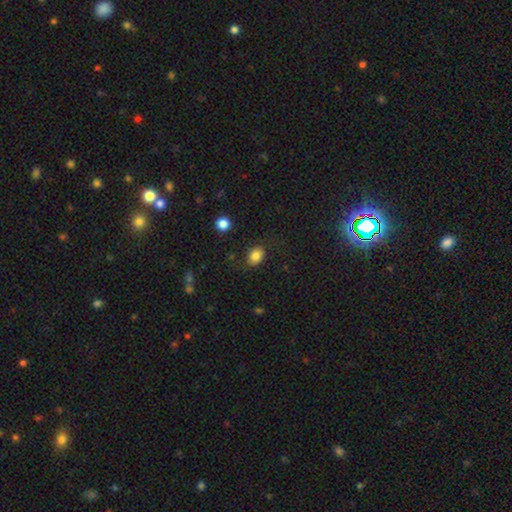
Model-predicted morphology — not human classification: The model was most divided on "how rounded": in between: 67%, round: 32%, cigar-shaped: 1%. More confident: smooth or featured — smooth (84%); merging — none (78%).